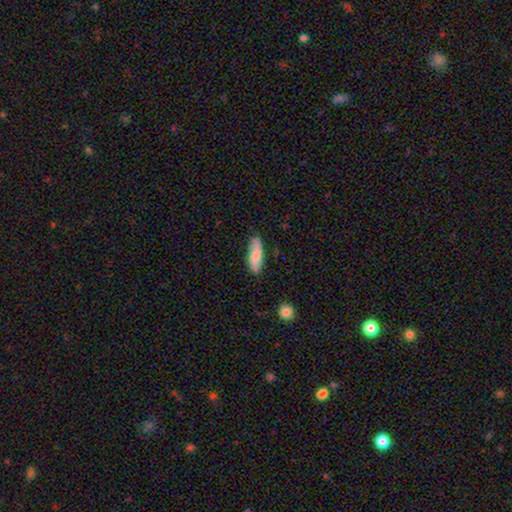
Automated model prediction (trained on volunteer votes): Smooth or featured?
  - smooth: 75% *
  - featured or disk: 19%
  - star or artifact: 6%
How rounded?
  - in between: 57% *
  - cigar-shaped: 41%
  - round: 2%
Merging?
  - none: 82% *
  - minor disturbance: 14%
  - major disturbance: 3%
  - merger: 2%